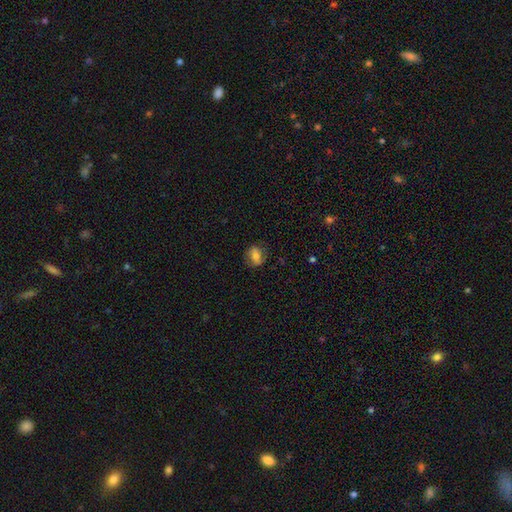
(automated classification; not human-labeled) A smooth galaxy with no disk features (60%) that is in between round and cigar-shaped (59%).

Vote fractions:
- Smooth or featured? smooth: 60% / featured or disk: 31% / star or artifact: 9%
- How rounded? in between: 59% / round: 37% / cigar-shaped: 3%
- Merging? none: 75% / minor disturbance: 17% / major disturbance: 6% / merger: 1%